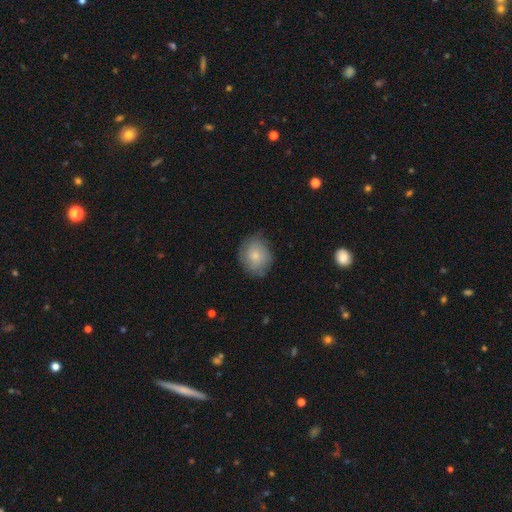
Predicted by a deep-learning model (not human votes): This is likely a smooth galaxy (72%). How rounded: likely round (68%). Merging: likely none (73%).